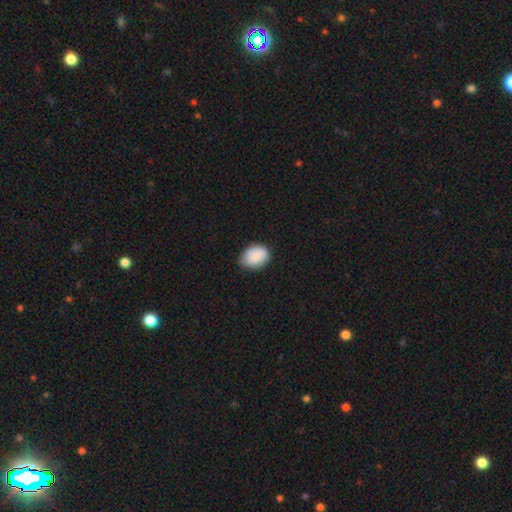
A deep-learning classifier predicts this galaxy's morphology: Overall: smooth (88%). How rounded: in between (68%; round 31%). Merging: none (65%; minor disturbance 30%).